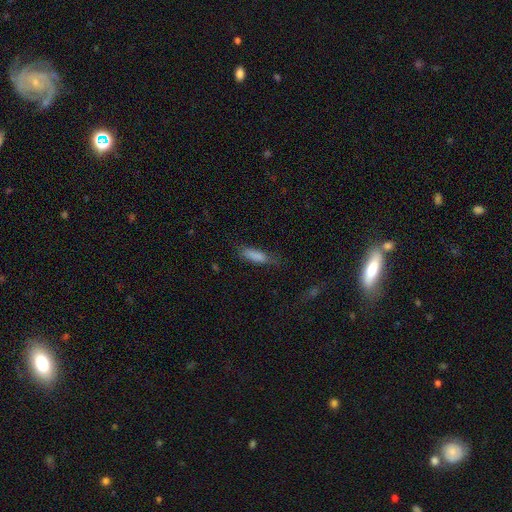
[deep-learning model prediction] Smooth or featured? smooth (83%)
How rounded? cigar-shaped (54%)
Merging? none (63%)